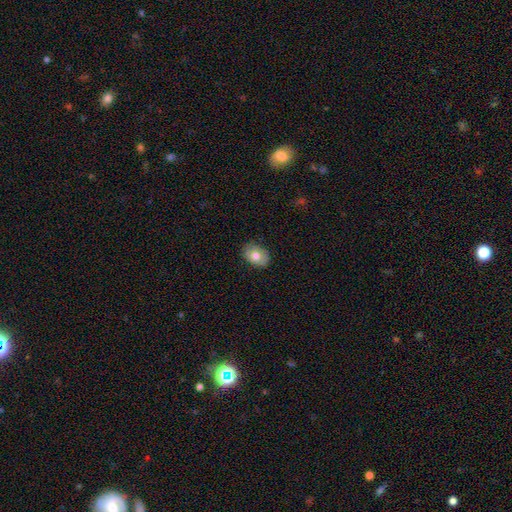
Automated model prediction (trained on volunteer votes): smooth 74%, featured or disk 18%, star or artifact 8%. Down the decision tree: how rounded — in between (71%); merging — none (85%).